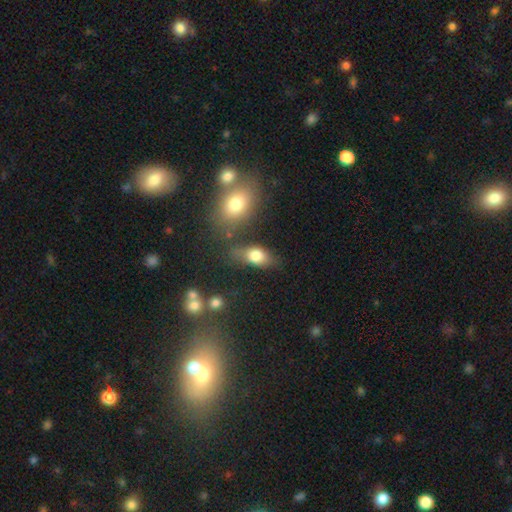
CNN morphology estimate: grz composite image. It shows a smooth galaxy with no disk features (77%) that is in between round and cigar-shaped (81%). Merging: none (60%).